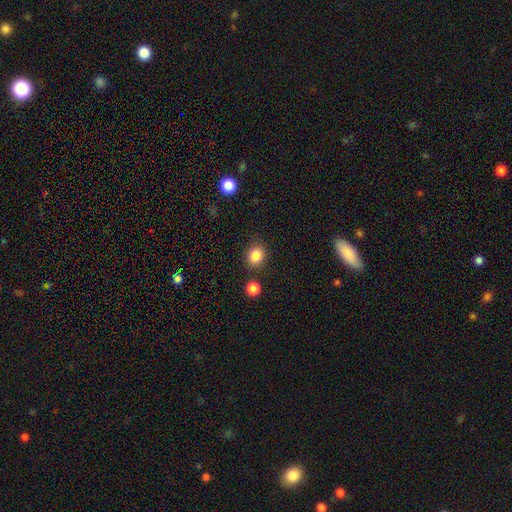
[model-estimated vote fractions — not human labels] A smooth galaxy with no disk features (85%) that is round (63%). Merging: none (82%).